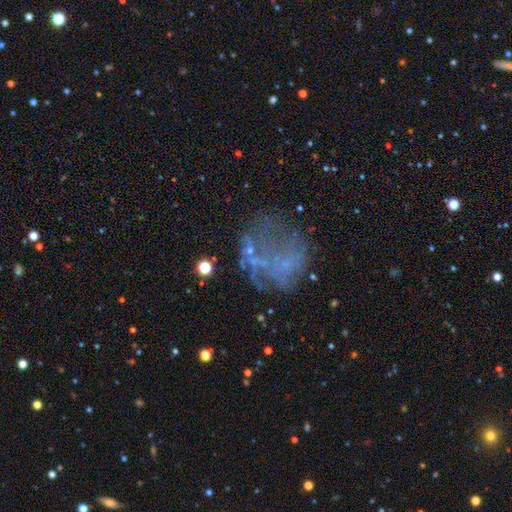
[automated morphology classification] featured or disk 42%, star or artifact 32%, smooth 26%. Down the decision tree: merging — none (51%).